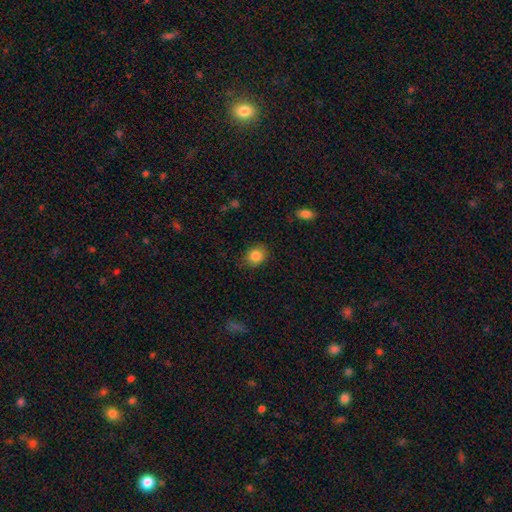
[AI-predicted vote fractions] A smooth galaxy with no disk features (85%) that is round (68%). Merging: none (81%).